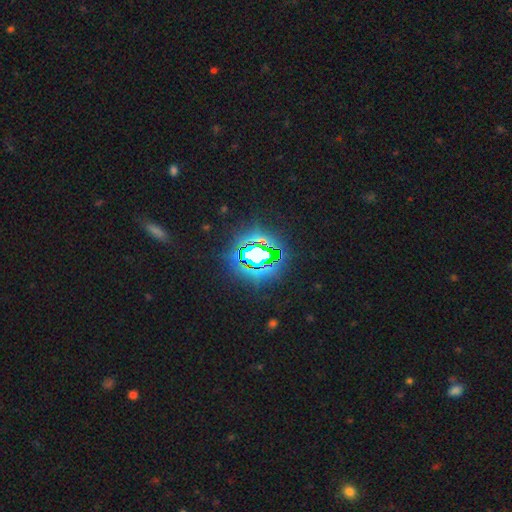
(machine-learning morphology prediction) Smooth or featured? star or artifact (78%)